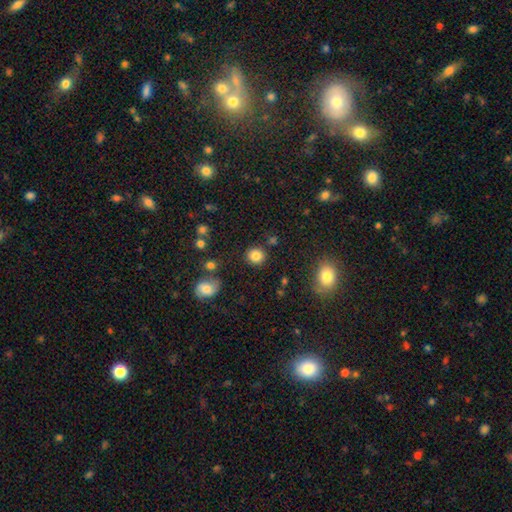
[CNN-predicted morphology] Smooth or featured: smooth — 84% (star or artifact — 10%)
How rounded: round — 89% (in between — 10%)
Merging: none — 88% (minor disturbance — 7%)